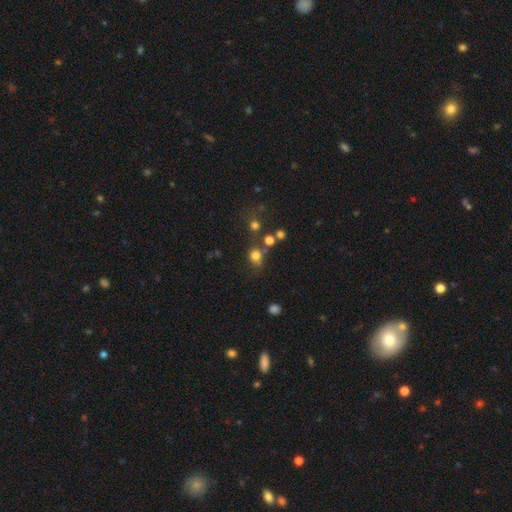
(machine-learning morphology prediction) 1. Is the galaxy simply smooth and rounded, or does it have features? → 75% smooth, 17% star or artifact, 8% featured or disk.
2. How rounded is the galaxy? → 75% round, 24% in between, 1% cigar-shaped.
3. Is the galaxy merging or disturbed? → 59% none, 19% merger, 15% minor disturbance, 8% major disturbance.